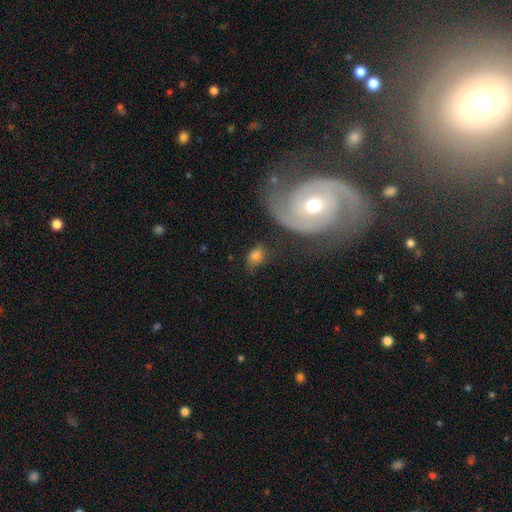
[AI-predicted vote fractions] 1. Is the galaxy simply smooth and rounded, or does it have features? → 74% smooth, 16% featured or disk, 10% star or artifact.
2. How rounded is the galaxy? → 67% in between, 31% round, 2% cigar-shaped.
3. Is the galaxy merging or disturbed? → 63% none, 19% minor disturbance, 10% major disturbance, 8% merger.